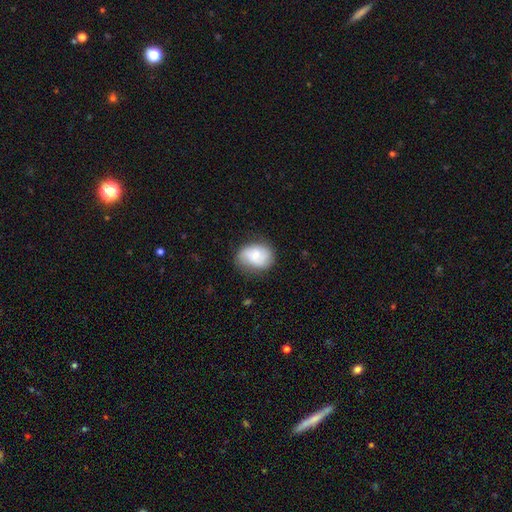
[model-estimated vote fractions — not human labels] smooth-or-featured: smooth: 66% | featured or disk: 26% | star or artifact: 8%
  how-rounded: in between: 66% | round: 33% | cigar-shaped: 1%
  merging: none: 63% | minor disturbance: 28% | major disturbance: 8% | merger: 2%